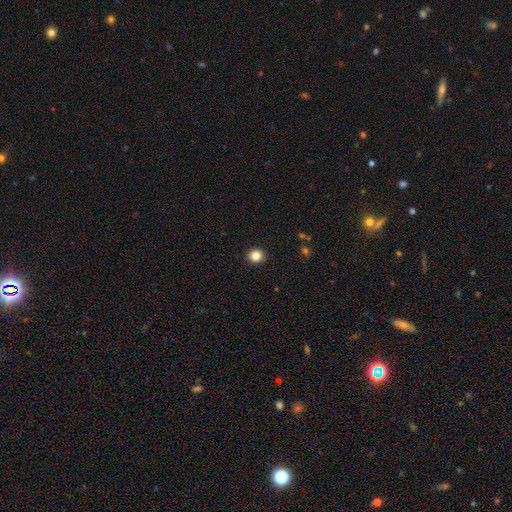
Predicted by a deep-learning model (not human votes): Overall: smooth (85%). How rounded: round (89%). Merging: none (92%).